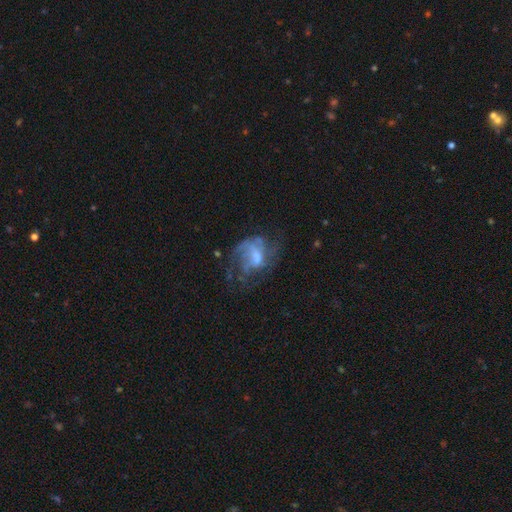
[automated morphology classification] smooth_or_featured: featured or disk (p=0.71) [alt: smooth p=0.18]
disk_edge_on: no (p=0.98) [alt: yes p=0.02]
bar: no (p=0.50) [alt: weak p=0.41]
has_spiral_arms: yes (p=0.73) [alt: no p=0.27]
spiral_winding: medium (p=0.40) [tied with: loose p=0.40]
spiral_arm_count: can't tell (p=0.36) [alt: 3 p=0.20]
bulge_size: moderate (p=0.35) [alt: small p=0.32]
merging: none (p=0.41) [alt: major disturbance p=0.37]